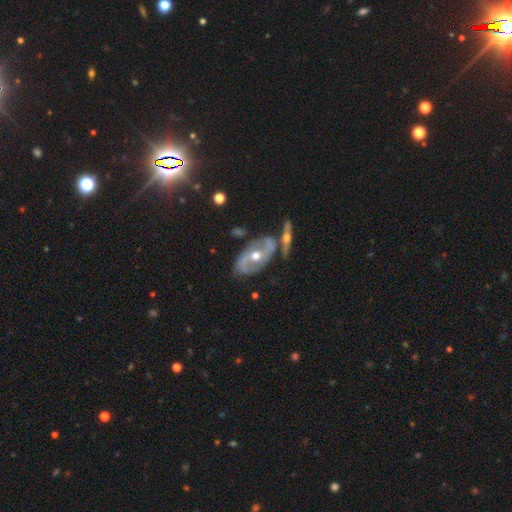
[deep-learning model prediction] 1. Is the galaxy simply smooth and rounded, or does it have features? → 80% featured or disk, 15% smooth, 5% star or artifact.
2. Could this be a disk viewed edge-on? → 91% no, 9% yes.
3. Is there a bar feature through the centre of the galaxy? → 53% no, 30% weak, 17% strong.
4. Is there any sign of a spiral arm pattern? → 79% yes, 21% no.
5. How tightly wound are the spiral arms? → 42% medium, 30% loose, 28% tight.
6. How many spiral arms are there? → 80% 2, 12% can't tell, 3% 1, 3% 3, 1% 4, 1% more than 4.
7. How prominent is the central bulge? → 79% moderate, 14% small, 5% large, 1% none, 1% dominant.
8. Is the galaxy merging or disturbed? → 62% none, 18% minor disturbance, 14% merger, 7% major disturbance.